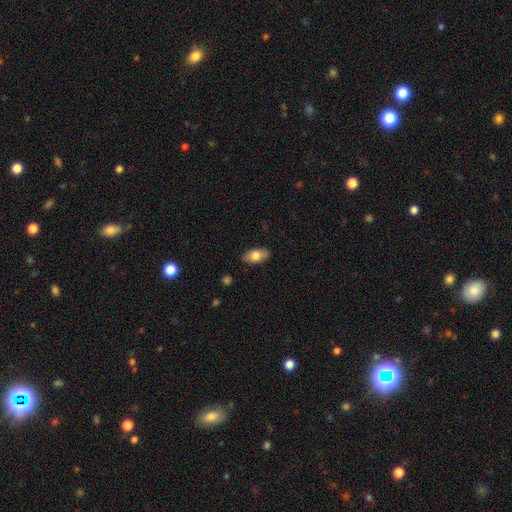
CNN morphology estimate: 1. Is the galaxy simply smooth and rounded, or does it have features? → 78% smooth, 16% featured or disk, 6% star or artifact.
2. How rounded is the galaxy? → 93% in between, 4% round, 3% cigar-shaped.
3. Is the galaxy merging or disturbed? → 88% none, 9% minor disturbance, 2% major disturbance, 1% merger.